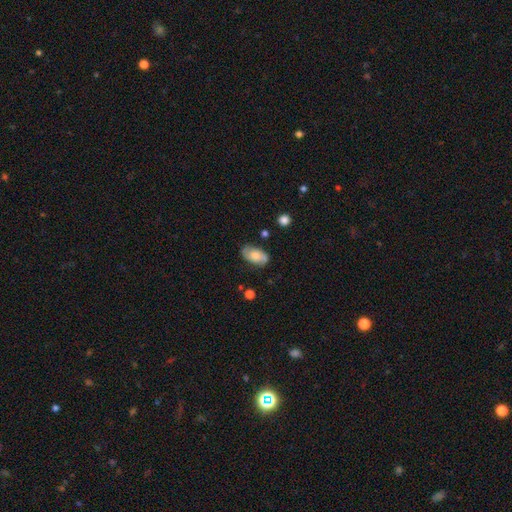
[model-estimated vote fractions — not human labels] A smooth galaxy with no disk features (56%) that is in between round and cigar-shaped (92%).

Vote fractions:
- Smooth or featured? smooth: 56% / featured or disk: 36% / star or artifact: 8%
- How rounded? in between: 92% / round: 6% / cigar-shaped: 2%
- Merging? none: 72% / minor disturbance: 19% / major disturbance: 5% / merger: 3%